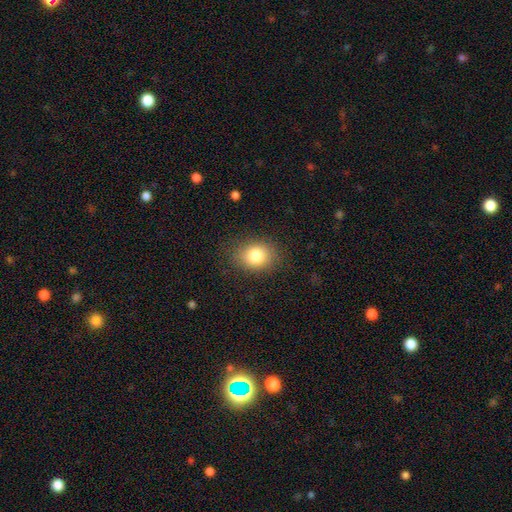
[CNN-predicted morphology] Smooth or featured? smooth (81%)
How rounded? in between (53%)
Merging? none (83%)